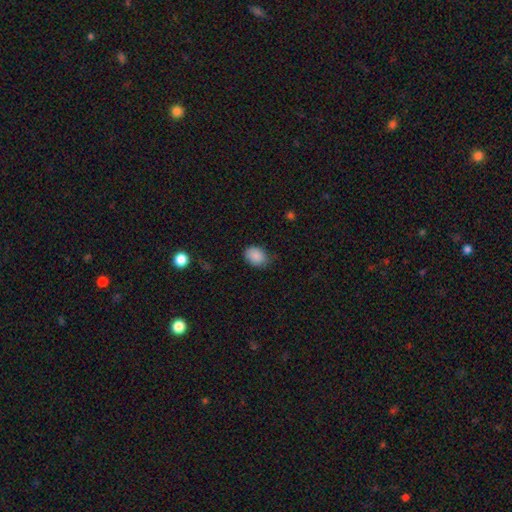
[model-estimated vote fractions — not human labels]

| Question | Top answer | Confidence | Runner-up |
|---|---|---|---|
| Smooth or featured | smooth | 88% | star or artifact (8%) |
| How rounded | in between | 70% | round (29%) |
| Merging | none | 73% | minor disturbance (22%) |